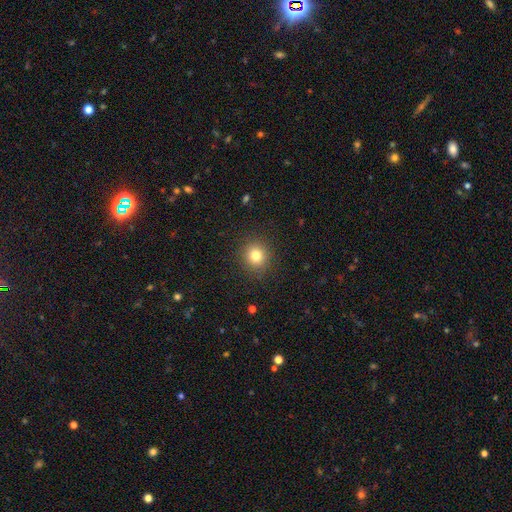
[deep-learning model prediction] Smooth or featured: smooth — 80% (star or artifact — 13%)
How rounded: round — 90% (in between — 9%)
Merging: none — 90% (minor disturbance — 6%)